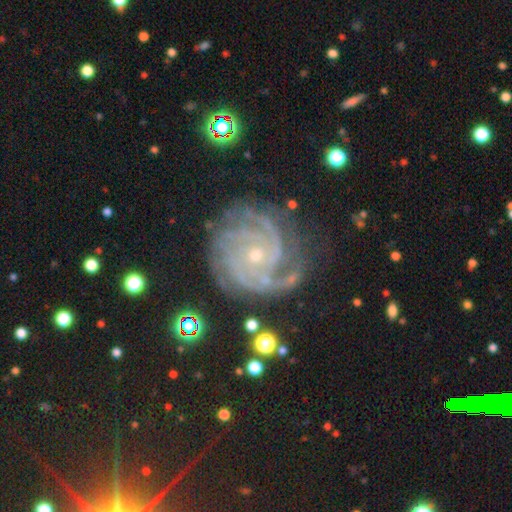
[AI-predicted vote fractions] Smooth or featured? featured or disk (90%)
Edge-on disk? no (98%)
Bar? no (75%)
Spiral arms? yes (98%)
Spiral winding? tight (73%)
Spiral arm count? 3 (31%)
Bulge size? small (73%)
Merging? none (73%)